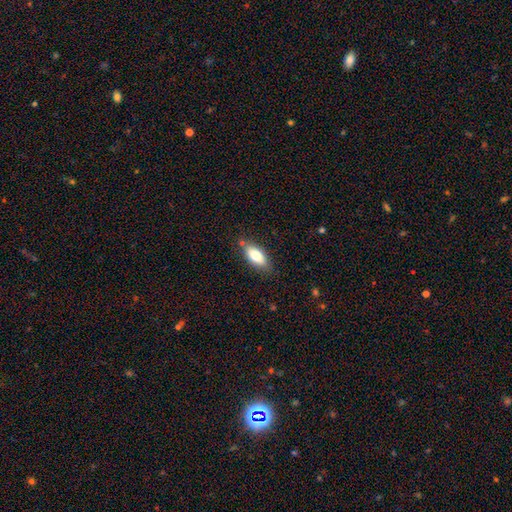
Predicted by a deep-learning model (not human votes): A smooth galaxy with no disk features (80%) that is in between round and cigar-shaped (85%).

Vote fractions:
- Smooth or featured? smooth: 80% / featured or disk: 13% / star or artifact: 7%
- How rounded? in between: 85% / cigar-shaped: 13% / round: 2%
- Merging? none: 79% / minor disturbance: 15% / merger: 3% / major disturbance: 3%